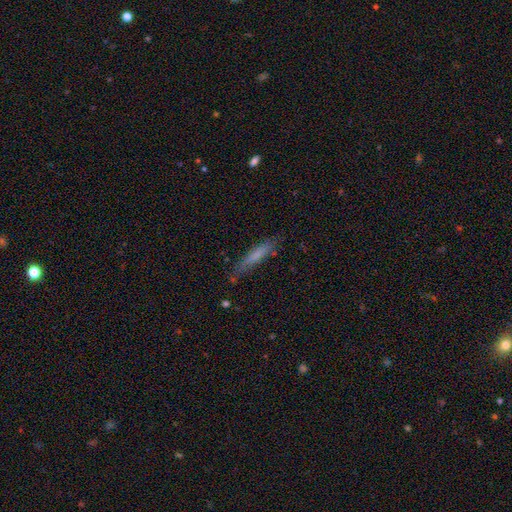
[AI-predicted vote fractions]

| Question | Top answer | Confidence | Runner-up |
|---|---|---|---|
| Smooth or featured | smooth | 61% | featured or disk (30%) |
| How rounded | cigar-shaped | 88% | in between (10%) |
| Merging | none | 75% | minor disturbance (18%) |